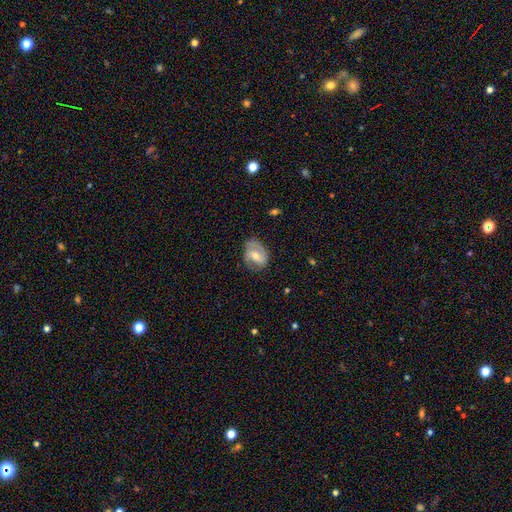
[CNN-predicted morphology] smooth_or_featured: featured or disk (p=0.62) [alt: smooth p=0.31]
disk_edge_on: no (p=0.96) [alt: yes p=0.04]
bar: weak (p=0.44) [alt: no p=0.36]
has_spiral_arms: yes (p=0.84) [alt: no p=0.16]
bulge_size: moderate (p=0.59) [alt: small p=0.35]
merging: none (p=0.65) [alt: minor disturbance p=0.25]